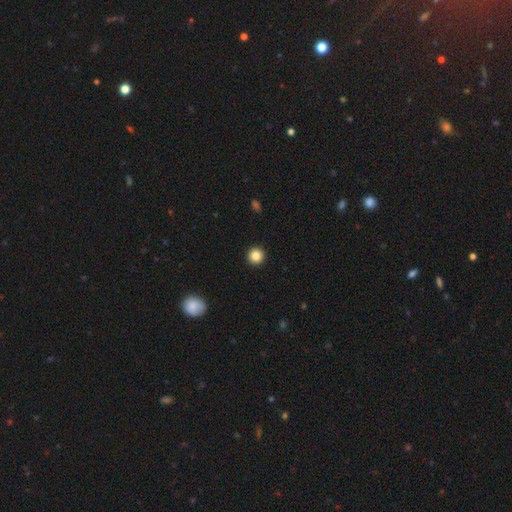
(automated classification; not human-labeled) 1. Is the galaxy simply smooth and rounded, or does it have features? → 85% smooth, 10% star or artifact, 5% featured or disk.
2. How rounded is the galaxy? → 95% round, 4% in between, 1% cigar-shaped.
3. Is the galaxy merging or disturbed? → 94% none, 4% minor disturbance, 1% major disturbance, 1% merger.